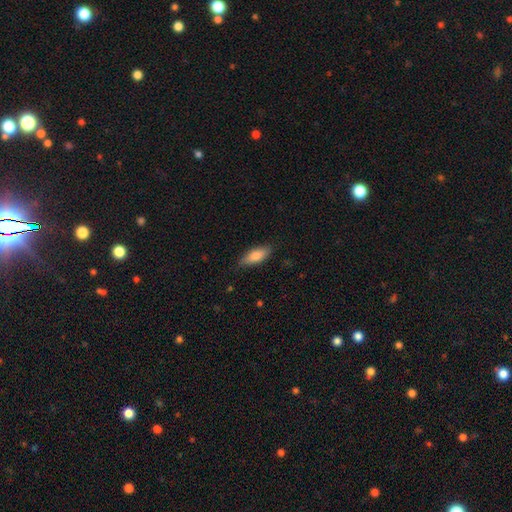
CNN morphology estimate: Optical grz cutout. It shows a smooth galaxy with no disk features (80%) that is in between round and cigar-shaped (69%). Merging: none (82%).